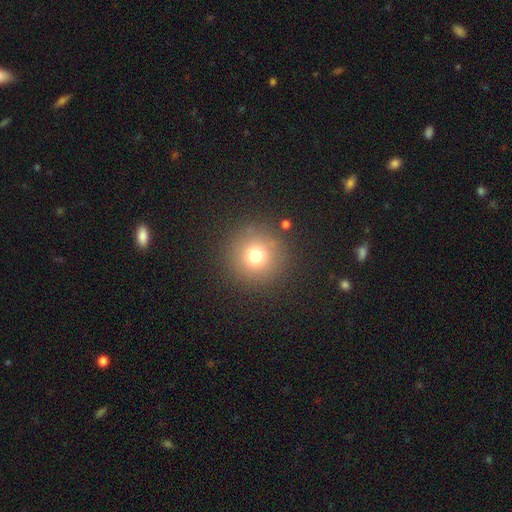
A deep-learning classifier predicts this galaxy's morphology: A smooth galaxy with no disk features (73%) that is round (96%). Merging: none (88%).